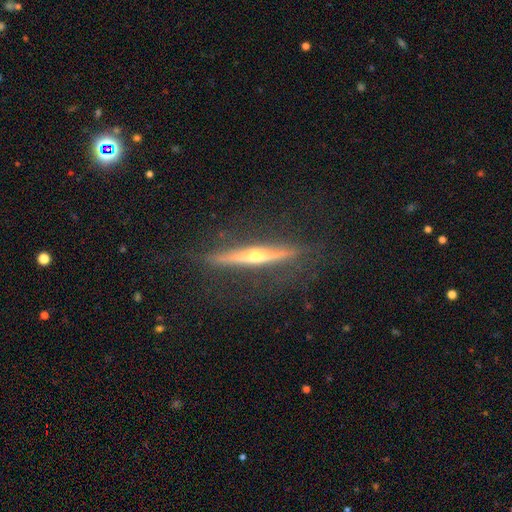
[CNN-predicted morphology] This appears to be a featured or disk galaxy (79%) viewed edge-on (97%) with a rounded central bulge (87%). Merging: none (86%).